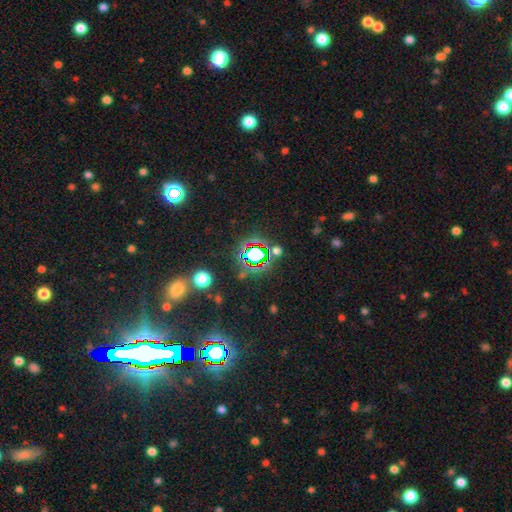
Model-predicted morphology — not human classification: A star or artifact, not a galaxy (68%).

Vote fractions:
- Smooth or featured? star or artifact: 68% / smooth: 22% / featured or disk: 10%